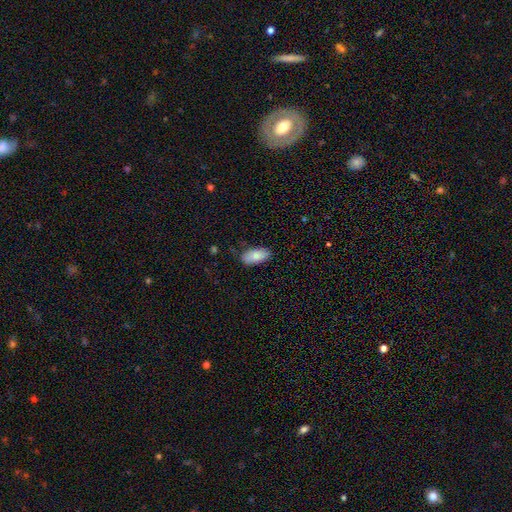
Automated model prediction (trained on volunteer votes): This appears to be a smooth galaxy with no disk features (85%) that is in between round and cigar-shaped (91%). Merging: none (82%).